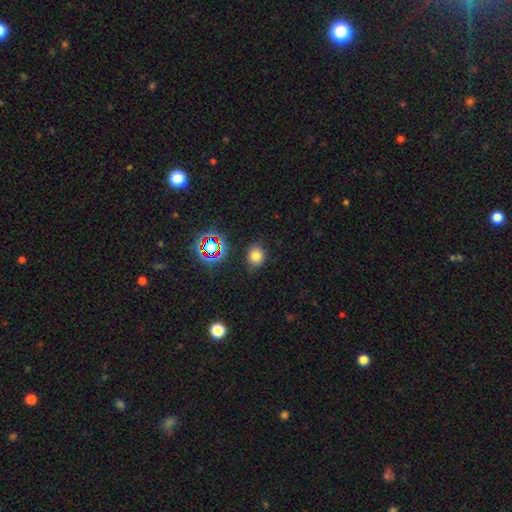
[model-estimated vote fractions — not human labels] A smooth galaxy with no disk features (72%) that is round (63%).

Vote fractions:
- Smooth or featured? smooth: 72% / star or artifact: 19% / featured or disk: 8%
- How rounded? round: 63% / in between: 36% / cigar-shaped: 1%
- Merging? none: 81% / minor disturbance: 14% / major disturbance: 4% / merger: 2%